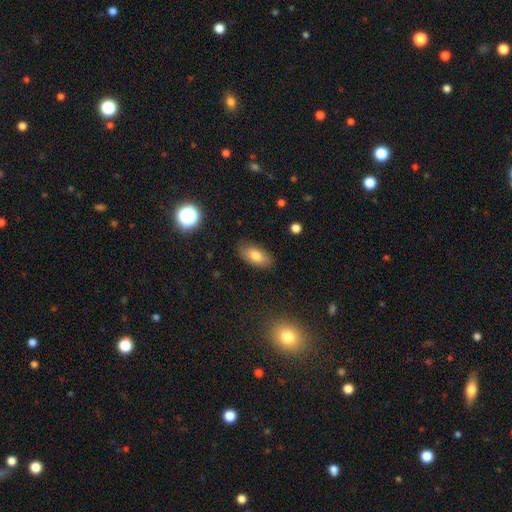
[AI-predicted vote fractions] Smooth or featured?
  - smooth: 77% *
  - featured or disk: 14%
  - star or artifact: 9%
How rounded?
  - in between: 88% *
  - cigar-shaped: 8%
  - round: 4%
Merging?
  - none: 84% *
  - minor disturbance: 12%
  - major disturbance: 3%
  - merger: 1%